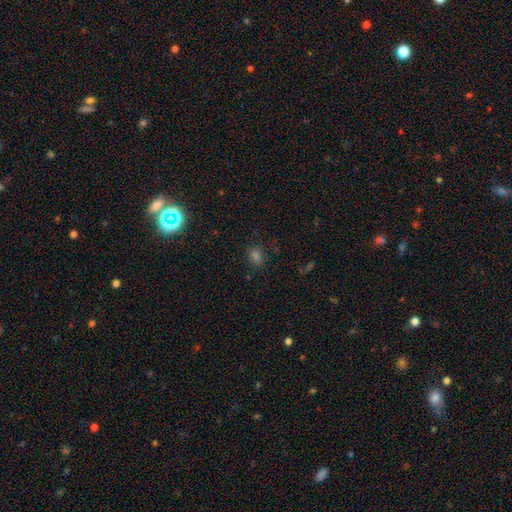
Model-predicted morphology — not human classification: Smooth or featured? Predicted: smooth (p=0.68). How rounded? Predicted: round (p=0.51). Merging? Predicted: none (p=0.84).